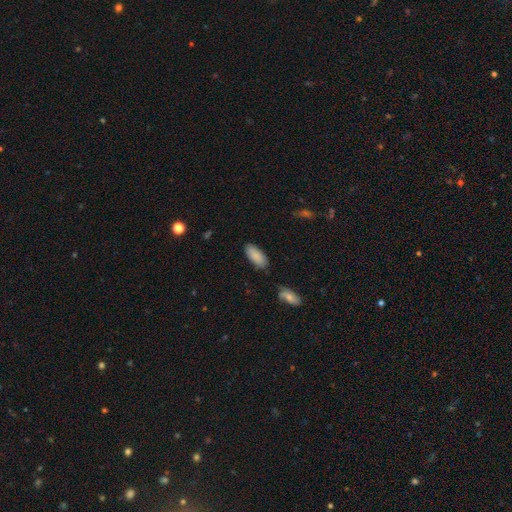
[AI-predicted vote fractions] Smooth or featured: smooth — 87% (featured or disk — 7%)
How rounded: in between — 87% (cigar-shaped — 11%)
Merging: none — 80% (minor disturbance — 14%)